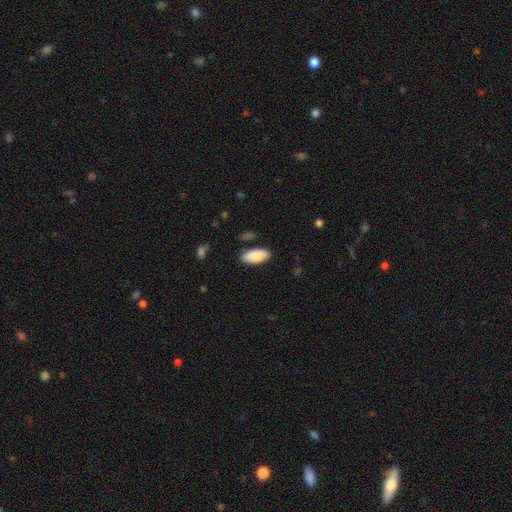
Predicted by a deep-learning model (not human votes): Overall: smooth (87%). How rounded: in between (90%). Merging: none (85%).